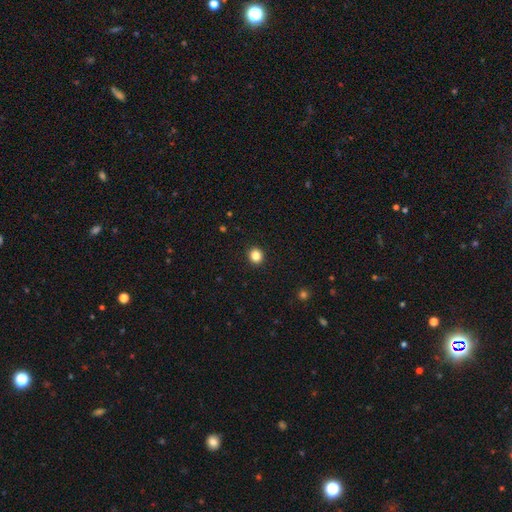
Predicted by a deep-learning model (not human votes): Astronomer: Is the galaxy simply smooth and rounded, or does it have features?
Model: smooth — 84%.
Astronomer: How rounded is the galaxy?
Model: round — 85%.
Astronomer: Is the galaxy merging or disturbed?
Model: none — 93%.